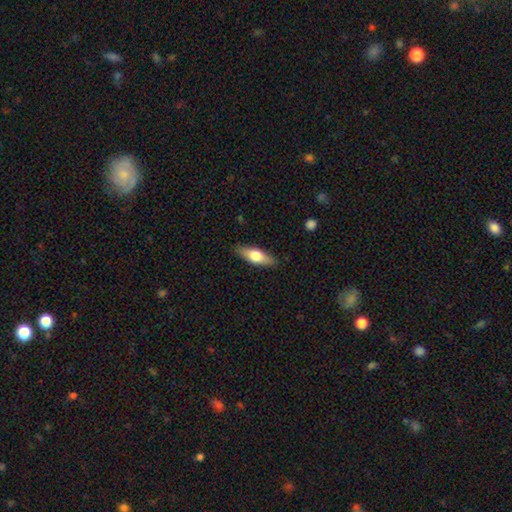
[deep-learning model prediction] This appears to be a smooth galaxy with no disk features (61%) that is in between round and cigar-shaped (59%). Merging: none (87%).